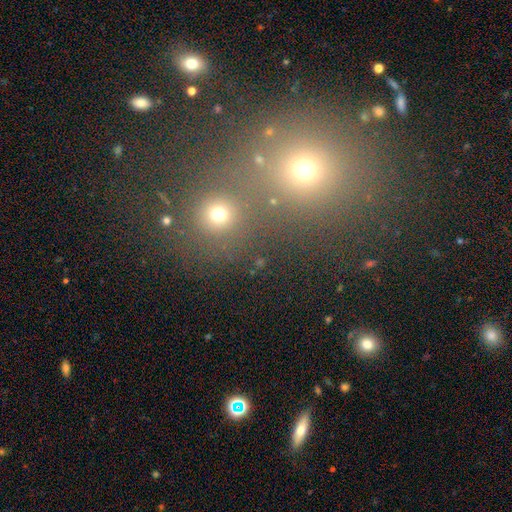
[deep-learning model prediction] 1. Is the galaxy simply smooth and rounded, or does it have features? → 54% smooth, 36% star or artifact, 9% featured or disk.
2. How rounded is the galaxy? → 84% round, 14% in between, 2% cigar-shaped.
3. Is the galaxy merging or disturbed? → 62% none, 27% merger, 7% minor disturbance, 4% major disturbance.